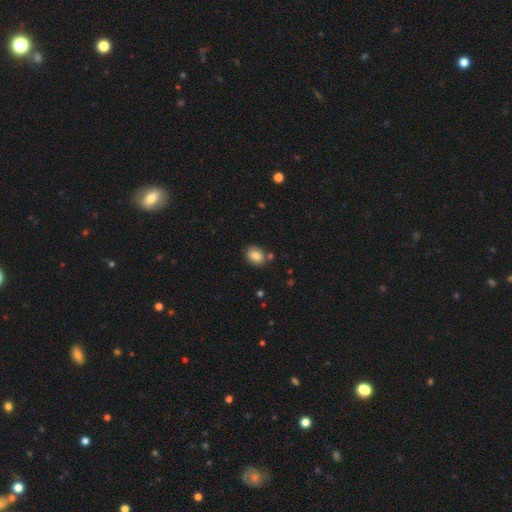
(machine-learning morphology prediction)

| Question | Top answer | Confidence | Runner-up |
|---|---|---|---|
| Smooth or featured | smooth | 83% | star or artifact (9%) |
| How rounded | in between | 62% | round (37%) |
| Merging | none | 77% | minor disturbance (12%) |